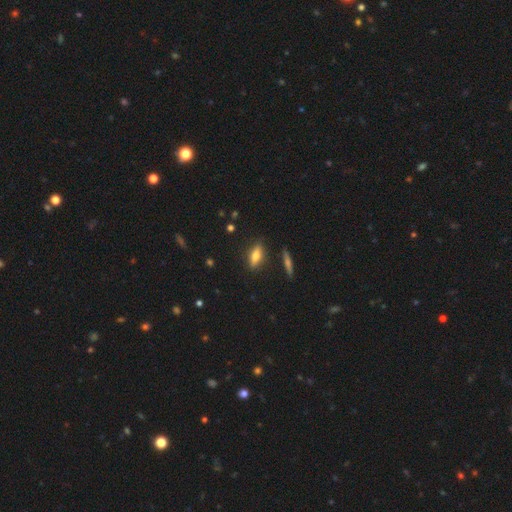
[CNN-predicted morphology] This appears to be a smooth galaxy with no disk features (64%) that is in between round and cigar-shaped (60%). Merging: none (84%).